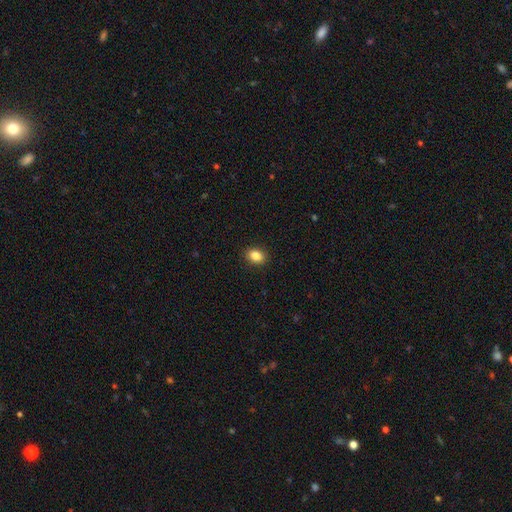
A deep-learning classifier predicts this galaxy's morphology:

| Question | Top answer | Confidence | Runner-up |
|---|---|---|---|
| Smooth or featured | smooth | 86% | star or artifact (10%) |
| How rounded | in between | 61% | round (38%) |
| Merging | none | 91% | minor disturbance (7%) |